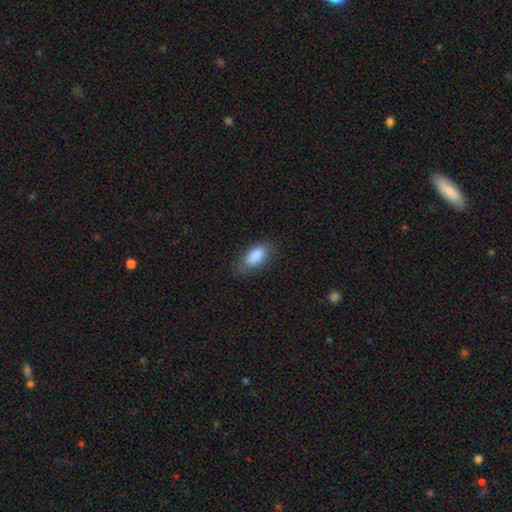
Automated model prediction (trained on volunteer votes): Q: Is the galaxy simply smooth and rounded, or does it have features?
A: smooth — 87%.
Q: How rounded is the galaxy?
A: in between — 90%.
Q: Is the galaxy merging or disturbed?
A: none — 75%.